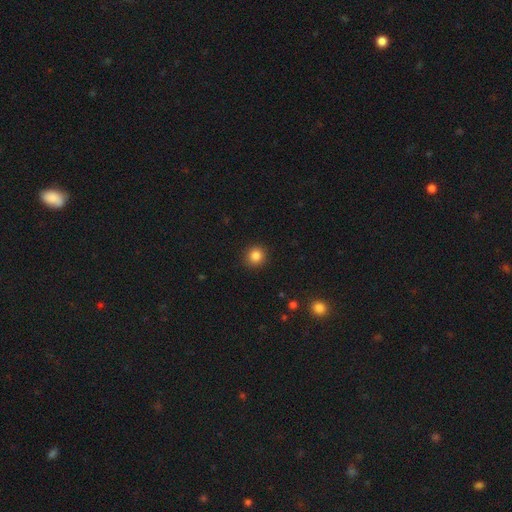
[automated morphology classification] Smooth or featured? smooth (84%)
How rounded? round (92%)
Merging? none (92%)